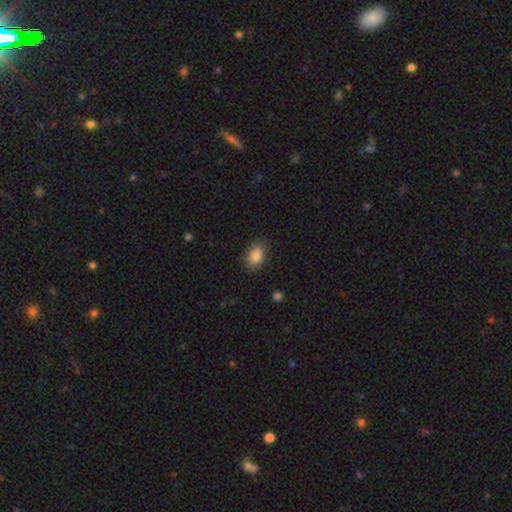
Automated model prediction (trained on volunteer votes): This appears to be a smooth galaxy with no disk features (86%) that is in between round and cigar-shaped (85%). Merging: none (86%).